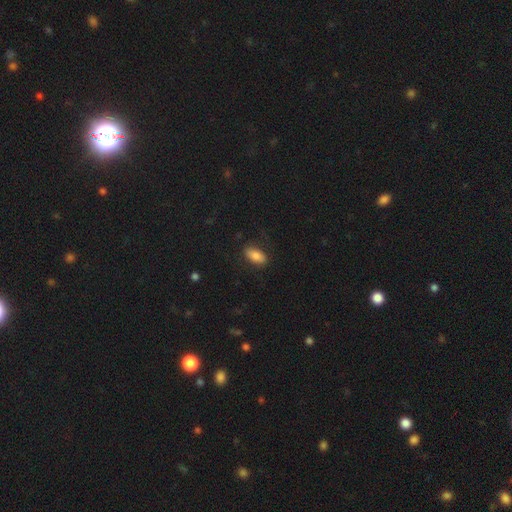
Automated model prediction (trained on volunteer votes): smooth 83%, featured or disk 9%, star or artifact 7%. Down the decision tree: how rounded — in between (88%); merging — none (83%).